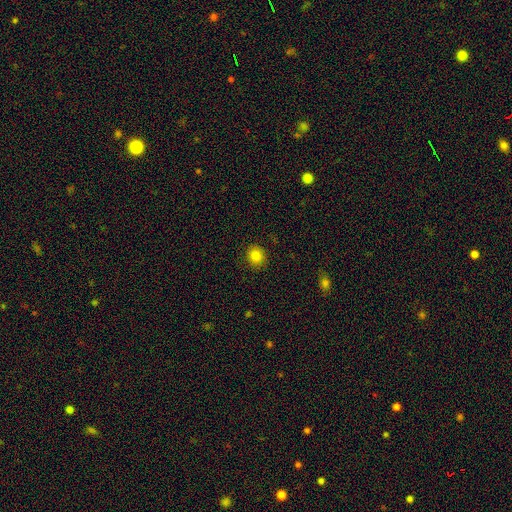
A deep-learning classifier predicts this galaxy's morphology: Smooth or featured: smooth — 83% (star or artifact — 11%)
How rounded: round — 81% (in between — 18%)
Merging: none — 90% (minor disturbance — 7%)